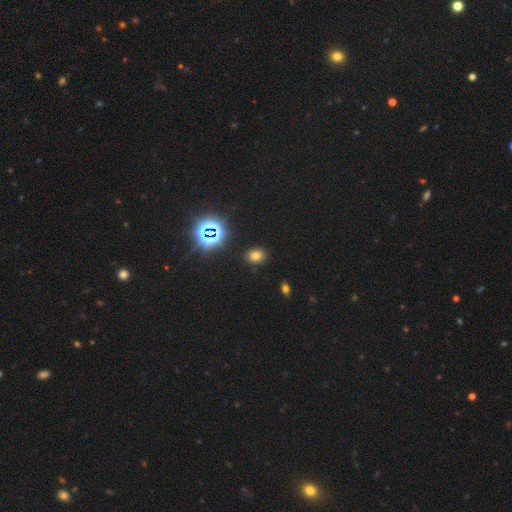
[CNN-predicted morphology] Smooth or featured?
  - smooth: 68% *
  - star or artifact: 24%
  - featured or disk: 7%
How rounded?
  - in between: 56% *
  - round: 43%
  - cigar-shaped: 1%
Merging?
  - none: 87% *
  - minor disturbance: 9%
  - major disturbance: 3%
  - merger: 2%